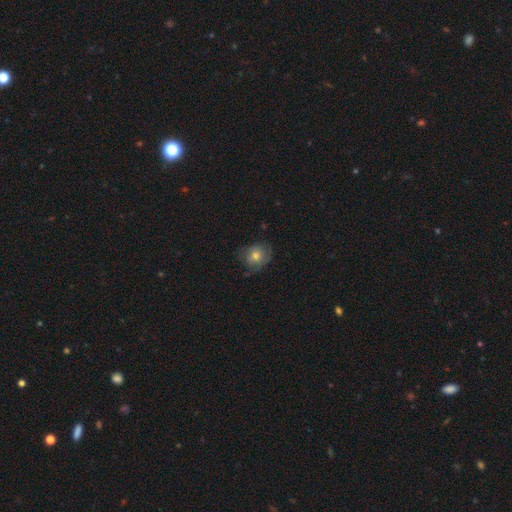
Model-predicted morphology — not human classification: type=smooth (65%); roundness=round (67%); merging=none (63%).